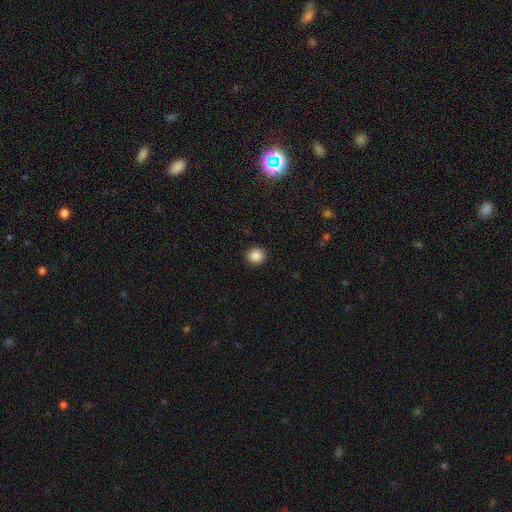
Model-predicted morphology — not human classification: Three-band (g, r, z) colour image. It shows a smooth galaxy with no disk features (87%) that is round (85%). Merging: none (92%).